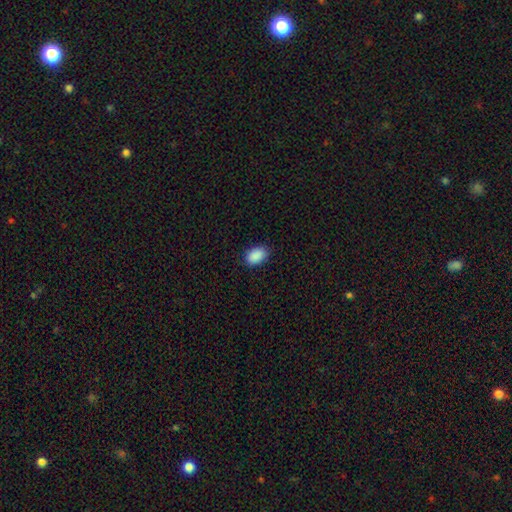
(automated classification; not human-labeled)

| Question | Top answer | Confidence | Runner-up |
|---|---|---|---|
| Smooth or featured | smooth | 90% | star or artifact (7%) |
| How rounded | in between | 89% | round (9%) |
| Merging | none | 85% | minor disturbance (12%) |